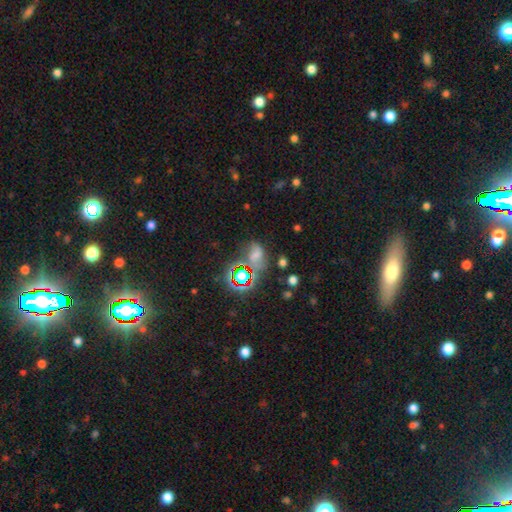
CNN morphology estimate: smooth-or-featured: smooth: 44% | star or artifact: 36% | featured or disk: 20%
  merging: none: 43% | minor disturbance: 24% | major disturbance: 22% | merger: 11%